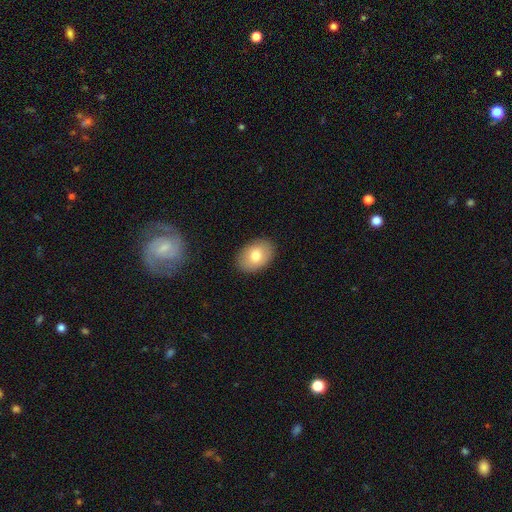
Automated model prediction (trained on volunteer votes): The model was most divided on "smooth or featured": smooth: 77%, featured or disk: 16%, star or artifact: 7%. More confident: merging — none (88%); how rounded — in between (83%).